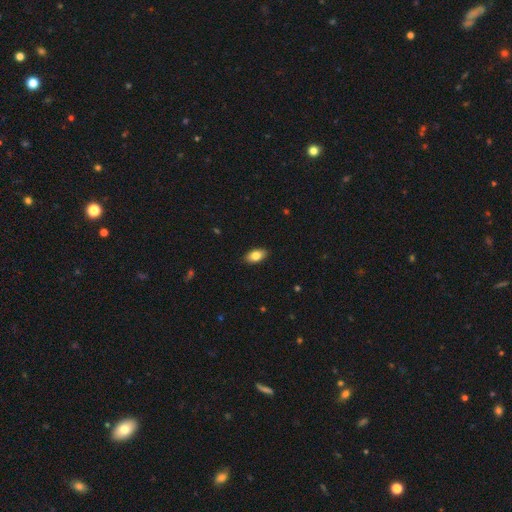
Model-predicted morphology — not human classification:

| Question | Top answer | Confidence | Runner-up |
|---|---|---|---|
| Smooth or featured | smooth | 82% | featured or disk (11%) |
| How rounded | in between | 91% | round (6%) |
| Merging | none | 89% | minor disturbance (8%) |